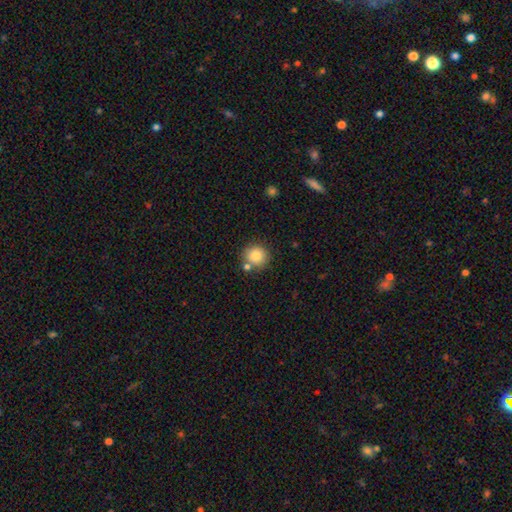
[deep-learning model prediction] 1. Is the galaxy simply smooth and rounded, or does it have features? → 83% smooth, 9% star or artifact, 7% featured or disk.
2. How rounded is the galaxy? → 91% round, 8% in between, 1% cigar-shaped.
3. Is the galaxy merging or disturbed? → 74% none, 14% merger, 9% minor disturbance, 3% major disturbance.